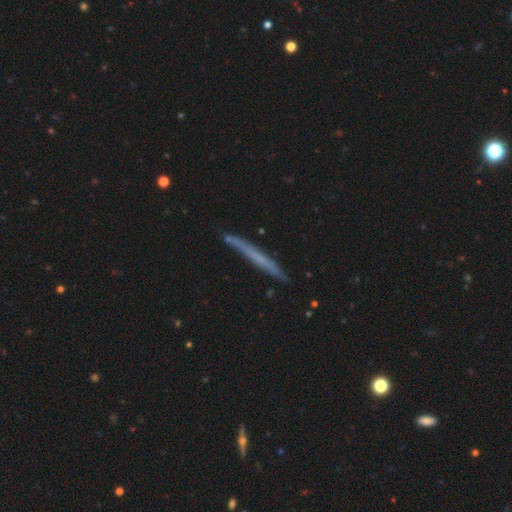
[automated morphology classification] type=smooth (46%, tied with featured or disk); merging=none (85%).